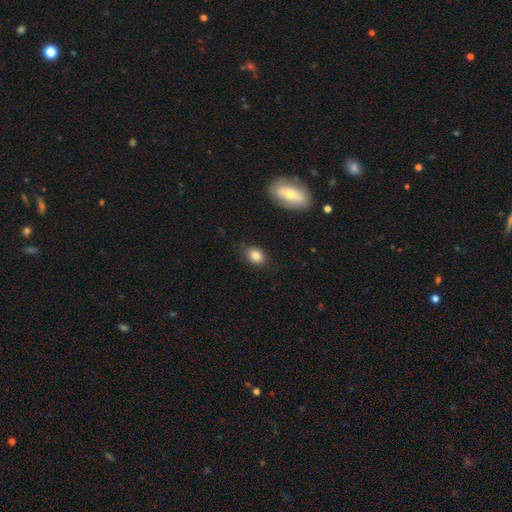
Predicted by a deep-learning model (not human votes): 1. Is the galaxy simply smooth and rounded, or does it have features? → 83% smooth, 10% star or artifact, 7% featured or disk.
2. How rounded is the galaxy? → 62% in between, 37% round, 1% cigar-shaped.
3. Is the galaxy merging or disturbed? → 83% none, 13% minor disturbance, 3% major disturbance, 2% merger.